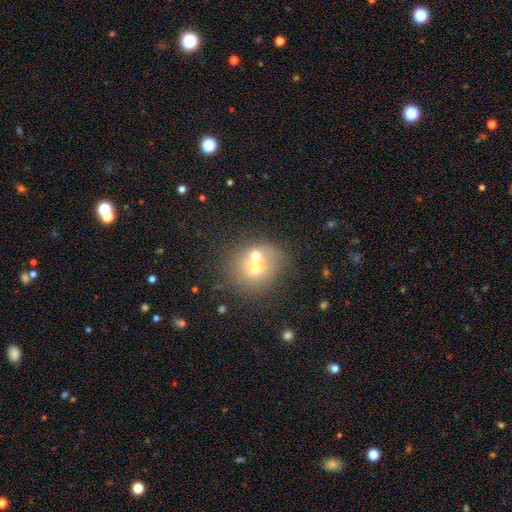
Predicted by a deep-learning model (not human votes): A smooth galaxy with no disk features (60%) that is round (77%). Merging: merger (52%).